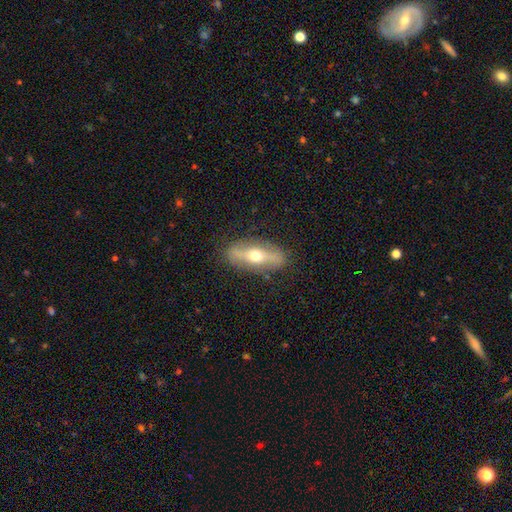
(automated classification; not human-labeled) Overall: featured or disk (60%; smooth 33%). Edge-on disk: yes (61%; no 39%). Merging: none (85%).